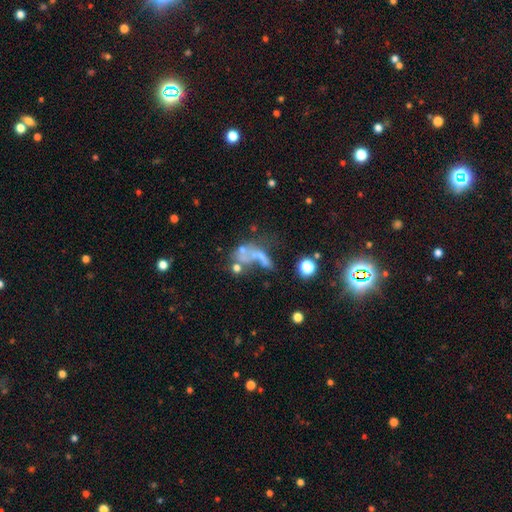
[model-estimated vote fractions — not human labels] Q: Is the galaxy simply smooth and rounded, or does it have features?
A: featured or disk — 41%.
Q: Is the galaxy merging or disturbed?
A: merger — 41%.